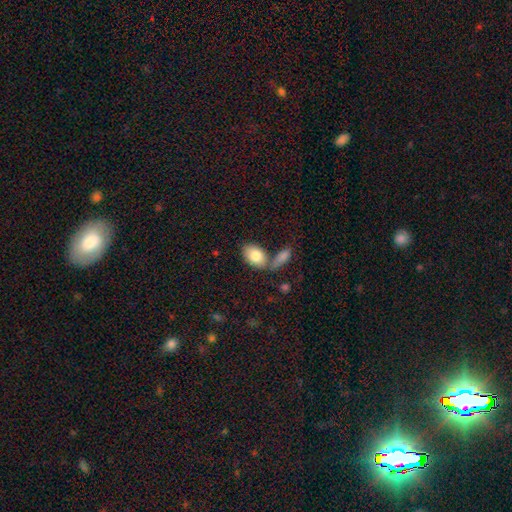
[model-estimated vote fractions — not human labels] smooth_or_featured: smooth (p=0.82) [alt: featured or disk p=0.12]
how_rounded: in between (p=0.89) [alt: round p=0.09]
merging: none (p=0.50) [alt: merger p=0.30]